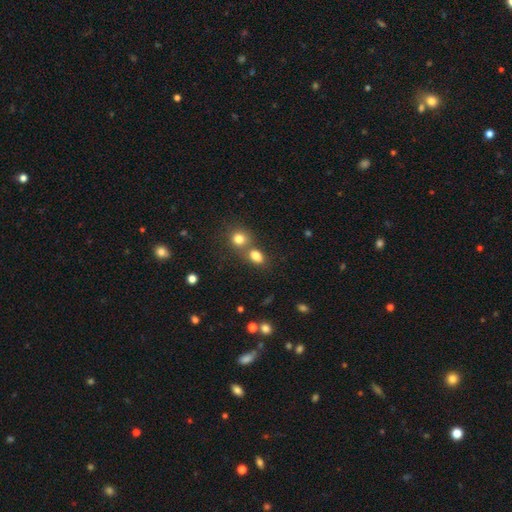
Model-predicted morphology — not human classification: Q: Smooth or featured?
A: smooth (80%); runner-up: star or artifact (12%)
Q: How rounded?
A: in between (62%); runner-up: round (37%)
Q: Merging?
A: none (48%); runner-up: merger (38%)